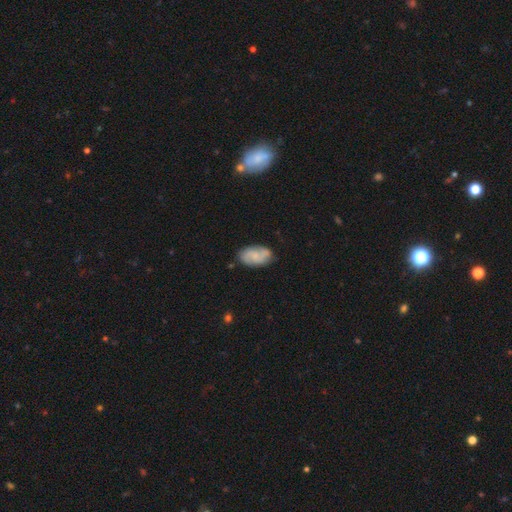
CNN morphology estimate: This is possibly a featured or disk galaxy (50%). Merging: likely none (73%).